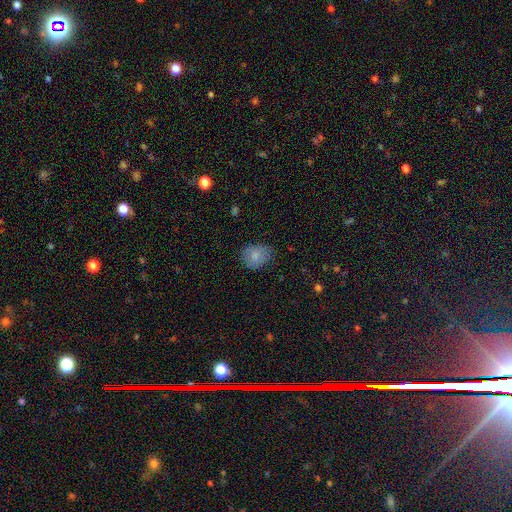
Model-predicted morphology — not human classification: smooth-or-featured: smooth: 81% | featured or disk: 11% | star or artifact: 8%
  how-rounded: in between: 52% | round: 47% | cigar-shaped: 1%
  merging: none: 72% | minor disturbance: 22% | major disturbance: 5% | merger: 1%